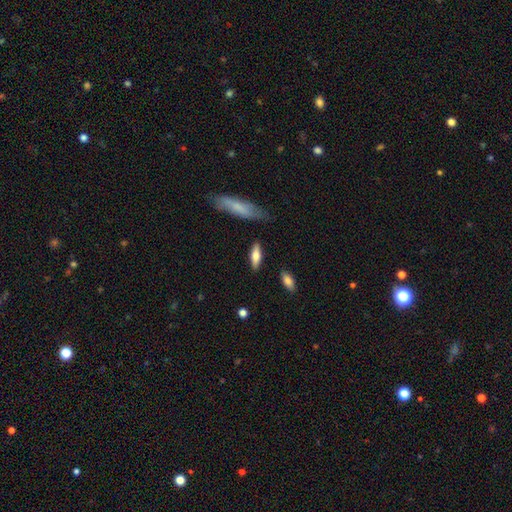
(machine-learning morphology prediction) A smooth galaxy with no disk features (61%) that is in between round and cigar-shaped (53%).

Vote fractions:
- Smooth or featured? smooth: 61% / featured or disk: 33% / star or artifact: 6%
- How rounded? in between: 53% / cigar-shaped: 45% / round: 2%
- Merging? none: 83% / minor disturbance: 12% / major disturbance: 3% / merger: 3%